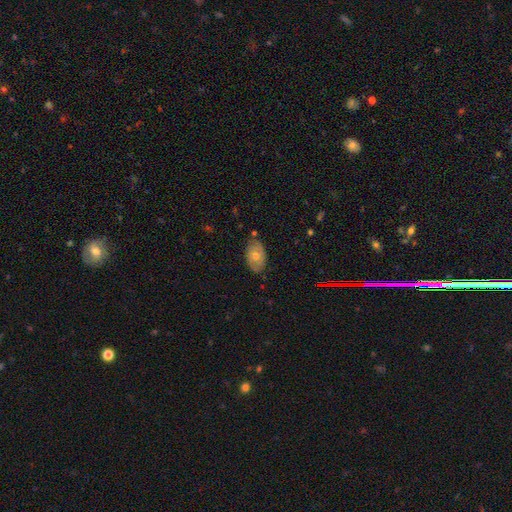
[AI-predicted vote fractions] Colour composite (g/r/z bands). It shows a smooth galaxy with no disk features (51%) that is in between round and cigar-shaped (89%). Merging: none (78%).